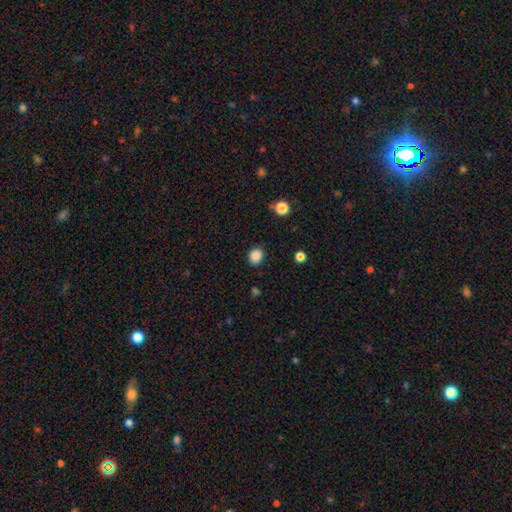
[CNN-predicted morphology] Smooth or featured?
  - smooth: 87% *
  - star or artifact: 10%
  - featured or disk: 3%
How rounded?
  - round: 51% *
  - in between: 48%
  - cigar-shaped: 1%
Merging?
  - none: 87% *
  - minor disturbance: 9%
  - major disturbance: 3%
  - merger: 1%